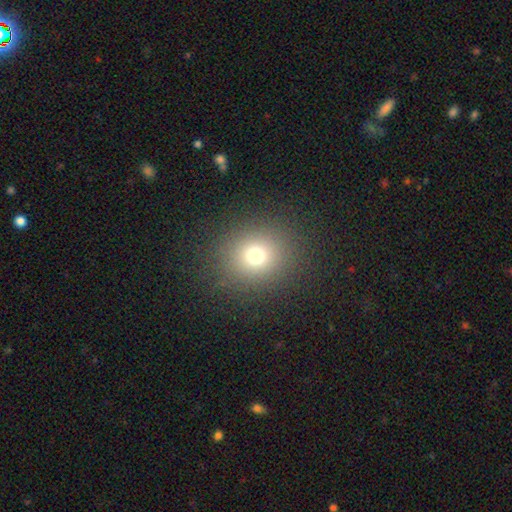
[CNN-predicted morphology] This is likely a smooth galaxy (72%). How rounded: likely round (77%). Merging: clearly none (86%).